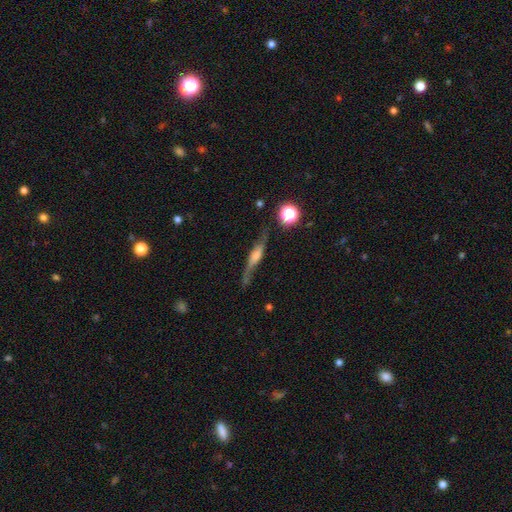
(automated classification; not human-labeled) Q: Smooth or featured?
A: featured or disk (61%); runner-up: smooth (30%)
Q: Edge-on disk?
A: yes (76%); runner-up: no (24%)
Q: Merging?
A: none (62%); runner-up: minor disturbance (23%)